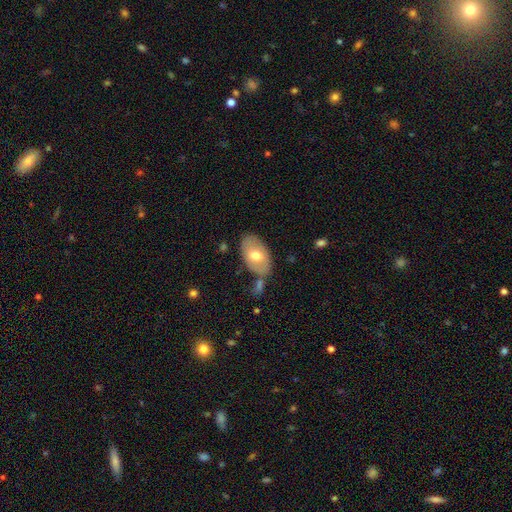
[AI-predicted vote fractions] Smooth or featured: smooth — 64% (featured or disk — 30%)
How rounded: in between — 92% (round — 7%)
Merging: none — 68% (minor disturbance — 17%)